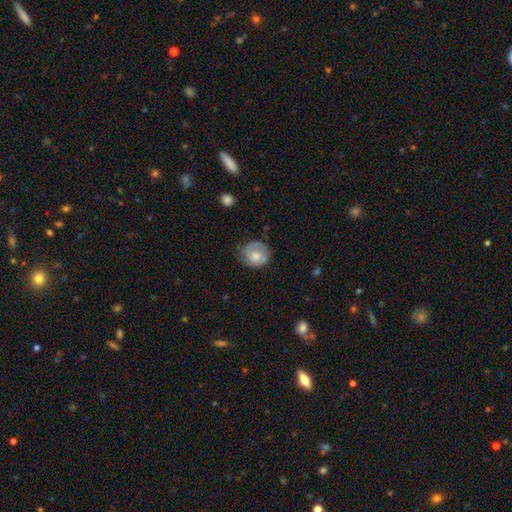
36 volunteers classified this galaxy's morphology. Smooth or featured: featured or disk — 64% (smooth — 31%)
Edge-on disk: no — 100%
Bar: no — 65% (weak — 22%)
Spiral arms: yes — 78% (no — 22%)
Spiral winding: tight — 50% (medium — 33%)
Spiral arm count: 2 — 72% (can't tell — 22%)
Bulge size: moderate — 70% (small — 17%)
Merging: none — 82% (minor disturbance — 12%)